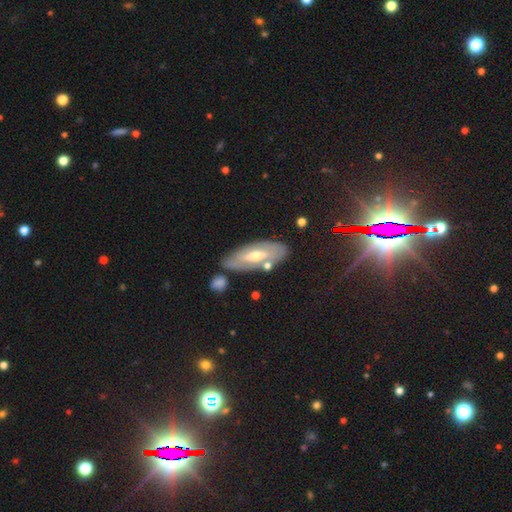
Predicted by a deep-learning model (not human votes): smooth-or-featured: featured or disk: 62% | smooth: 31% | star or artifact: 7%
  disk-edge-on: no: 77% | yes: 23%
  merging: none: 73% | minor disturbance: 16% | merger: 7% | major disturbance: 5%